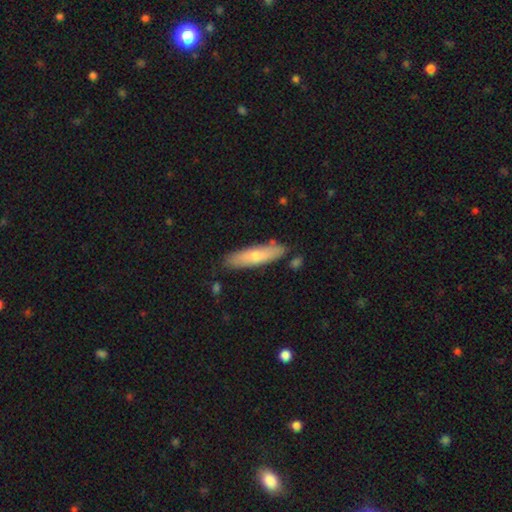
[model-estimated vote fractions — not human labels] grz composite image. It shows a smooth galaxy with no disk features (63%) that is cigar-shaped (75%). Merging: none (83%).